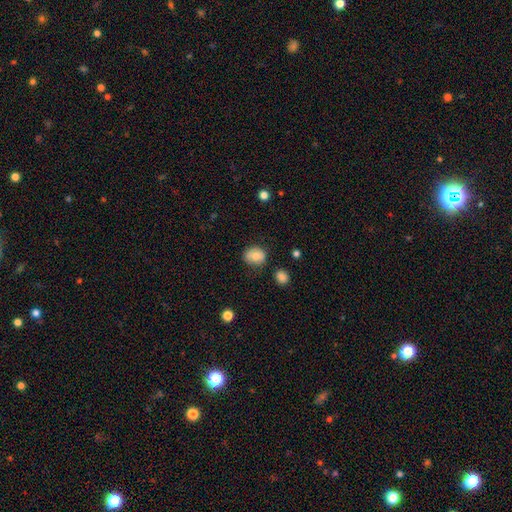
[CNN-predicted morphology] This is likely a smooth galaxy (78%). How rounded: likely round (65%). Merging: likely none (75%).